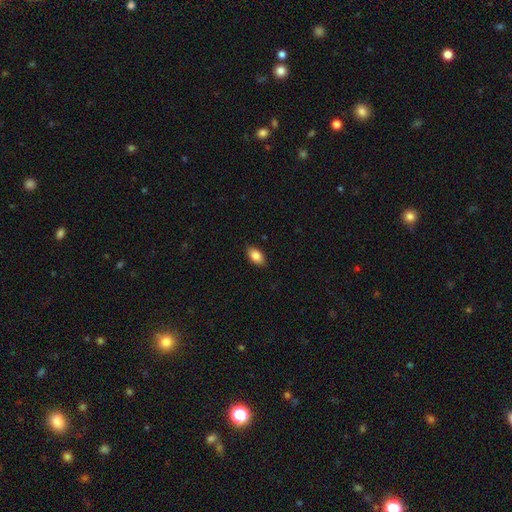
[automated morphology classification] type=smooth (86%); roundness=in between (92%); merging=none (88%).